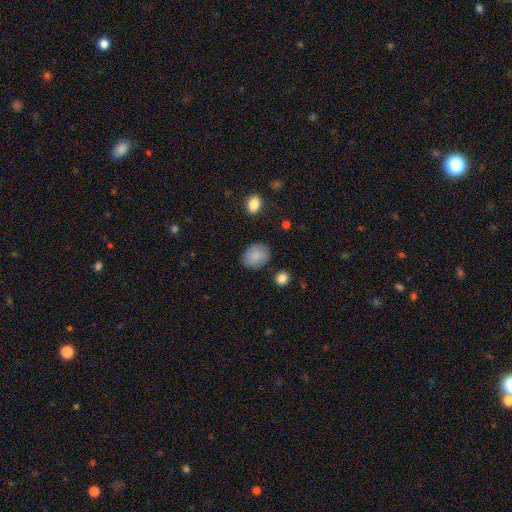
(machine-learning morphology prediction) Smooth or featured? smooth (85%)
How rounded? in between (55%)
Merging? none (79%)